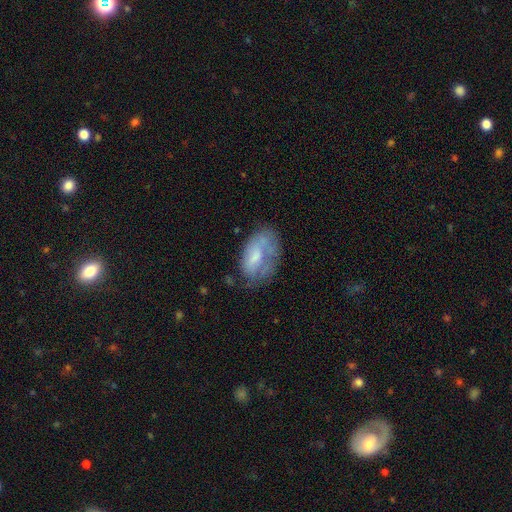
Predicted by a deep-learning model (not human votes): The model was most divided on "smooth or featured": smooth: 52%, featured or disk: 40%, star or artifact: 8%. Remaining: how rounded — in between (91%); merging — none (45%).